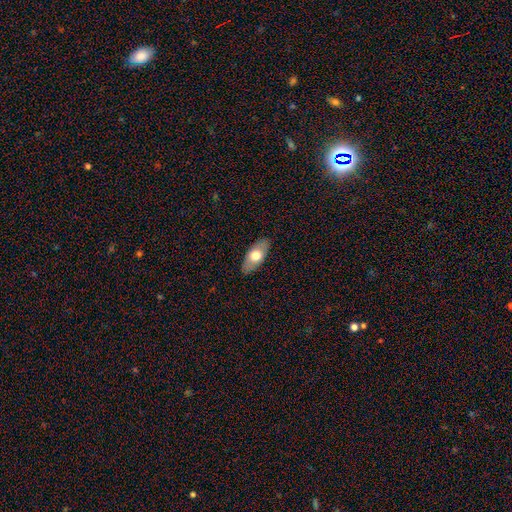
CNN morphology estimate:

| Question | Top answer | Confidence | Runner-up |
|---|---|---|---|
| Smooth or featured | smooth | 64% | featured or disk (31%) |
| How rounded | in between | 88% | cigar-shaped (8%) |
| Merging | none | 87% | minor disturbance (10%) |